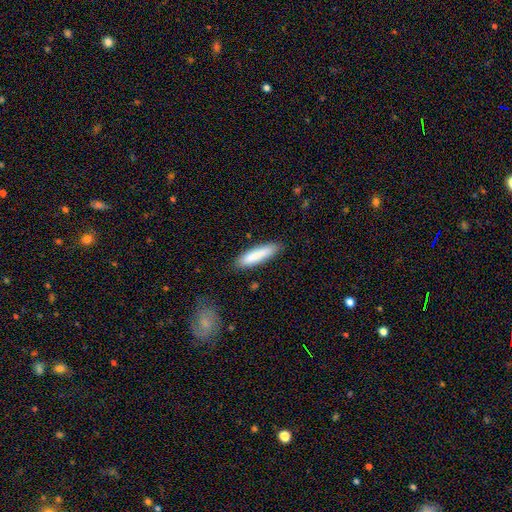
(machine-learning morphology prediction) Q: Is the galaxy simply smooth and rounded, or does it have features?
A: smooth — 85%.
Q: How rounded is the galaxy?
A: cigar-shaped — 73%.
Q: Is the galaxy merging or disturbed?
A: none — 85%.